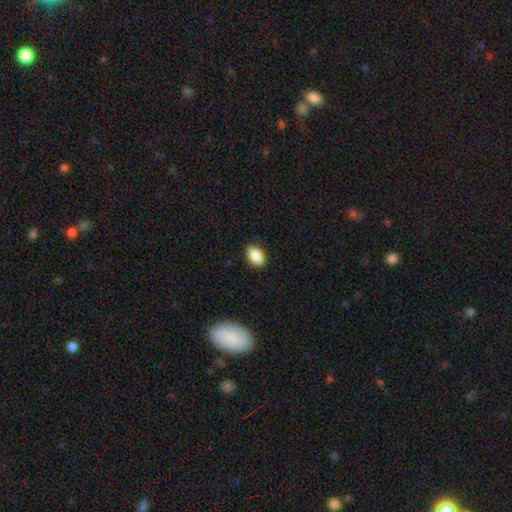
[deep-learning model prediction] smooth-or-featured: smooth: 87% | star or artifact: 8% | featured or disk: 5%
  how-rounded: in between: 88% | round: 10% | cigar-shaped: 2%
  merging: none: 85% | minor disturbance: 12% | major disturbance: 2% | merger: 1%